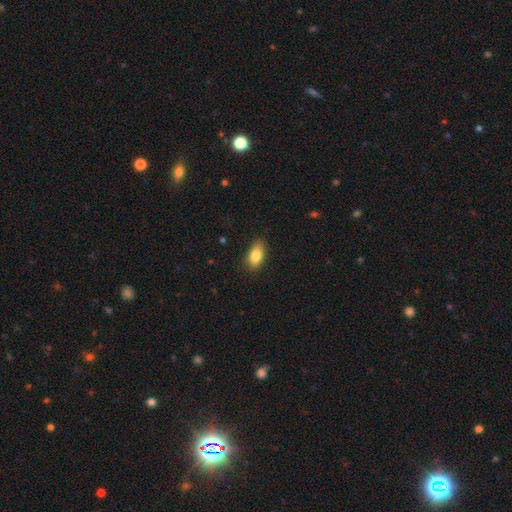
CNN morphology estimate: Q: Smooth or featured?
A: smooth (84%); runner-up: featured or disk (9%)
Q: How rounded?
A: in between (90%); runner-up: round (6%)
Q: Merging?
A: none (84%); runner-up: minor disturbance (13%)